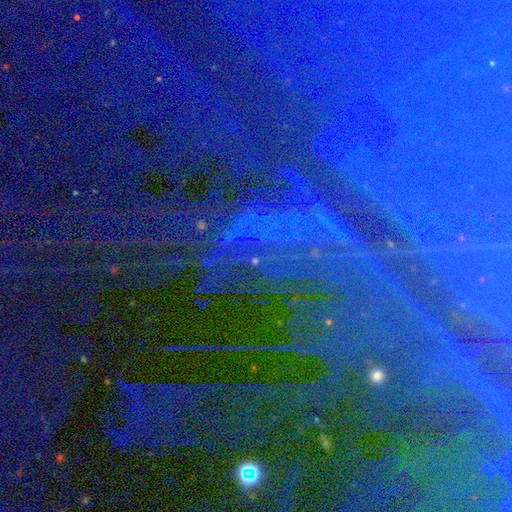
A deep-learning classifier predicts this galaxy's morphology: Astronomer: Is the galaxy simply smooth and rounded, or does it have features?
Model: star or artifact — 86%.